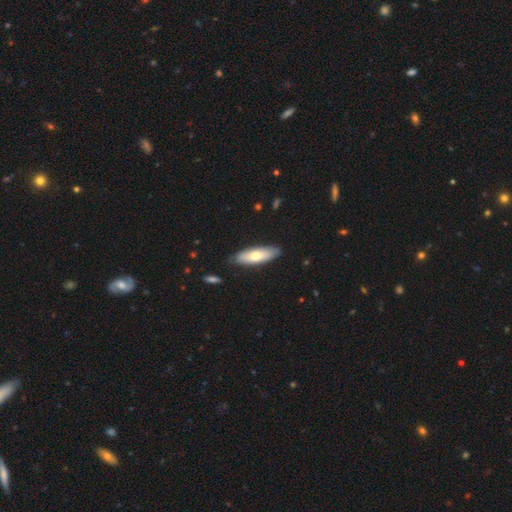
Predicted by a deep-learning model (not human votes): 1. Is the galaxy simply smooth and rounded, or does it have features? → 64% smooth, 31% featured or disk, 5% star or artifact.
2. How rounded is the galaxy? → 58% in between, 40% cigar-shaped, 2% round.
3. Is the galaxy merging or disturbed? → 85% none, 12% minor disturbance, 2% major disturbance, 2% merger.